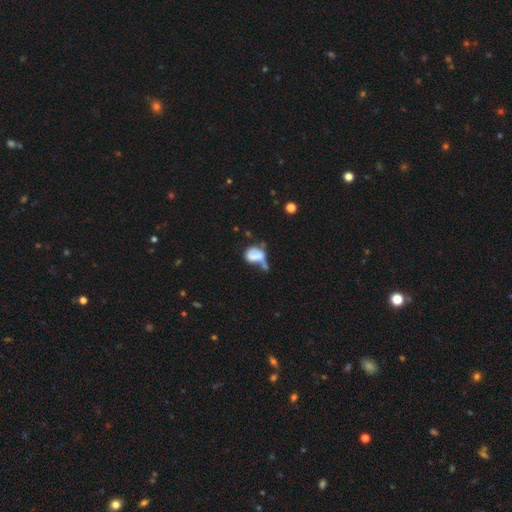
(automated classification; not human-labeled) The model was most divided on "merging": merger: 36%, major disturbance: 26%, minor disturbance: 19%, none: 19%. More confident: how rounded — in between (69%); smooth or featured — smooth (57%).